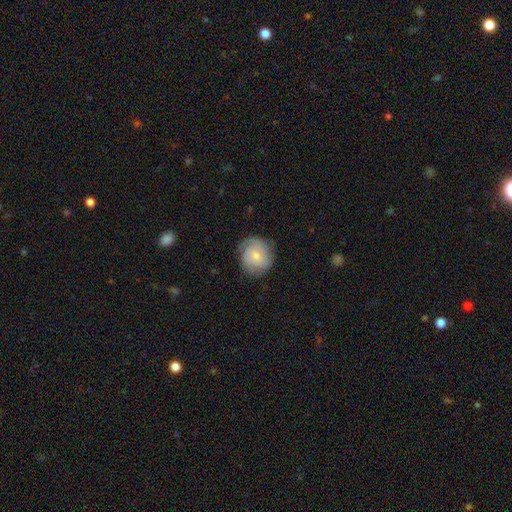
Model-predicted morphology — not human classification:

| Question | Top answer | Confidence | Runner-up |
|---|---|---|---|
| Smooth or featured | smooth | 50% | featured or disk (43%) |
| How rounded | round | 86% | in between (13%) |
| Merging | none | 75% | minor disturbance (19%) |